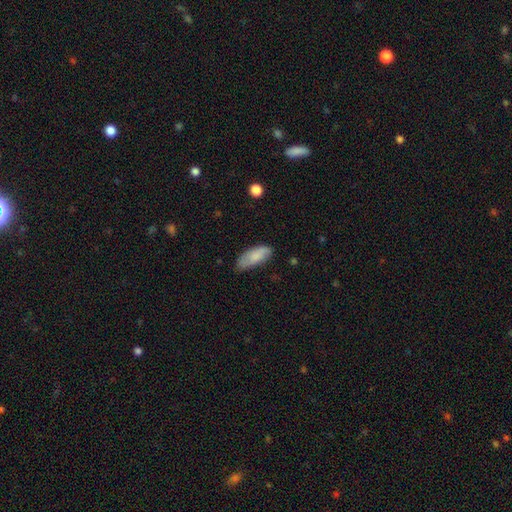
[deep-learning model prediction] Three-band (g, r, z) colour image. It shows a smooth galaxy with no disk features (81%) that is in between round and cigar-shaped (79%). Merging: none (70%).